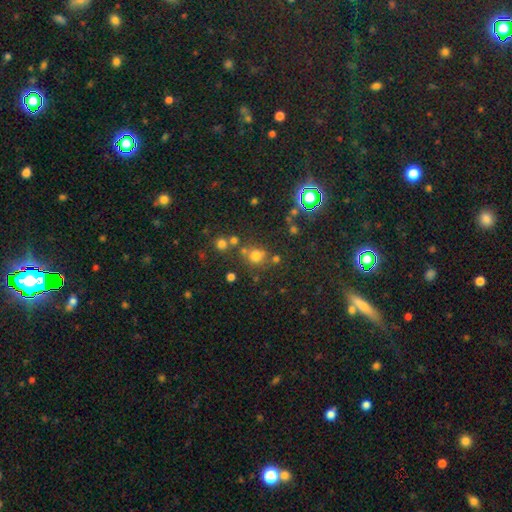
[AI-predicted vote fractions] smooth_or_featured: smooth (p=0.67) [alt: star or artifact p=0.23]
how_rounded: round (p=0.81) [alt: in between p=0.17]
merging: none (p=0.66) [alt: merger p=0.15]